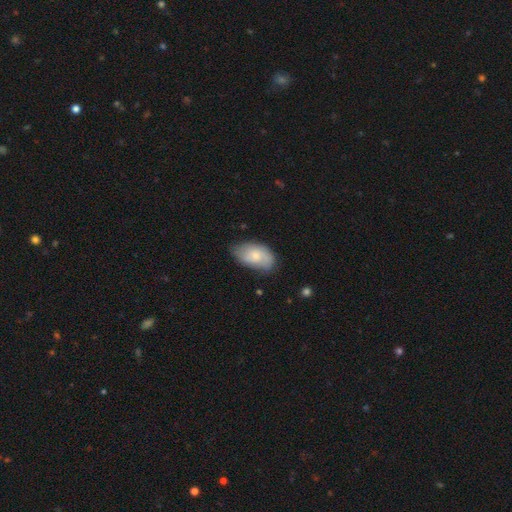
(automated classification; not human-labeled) This appears to be a smooth galaxy with no disk features (61%) that is in between round and cigar-shaped (92%). Merging: none (63%).